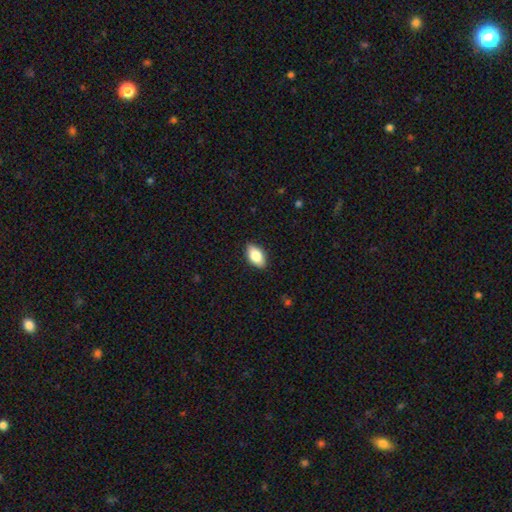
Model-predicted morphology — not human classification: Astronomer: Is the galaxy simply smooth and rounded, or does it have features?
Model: smooth — 82%.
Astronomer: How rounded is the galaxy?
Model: in between — 92%.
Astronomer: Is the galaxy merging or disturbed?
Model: none — 88%.